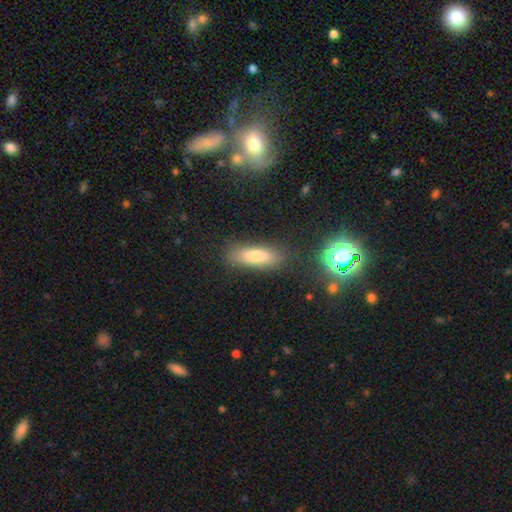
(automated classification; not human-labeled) Smooth or featured: smooth — 72% (featured or disk — 15%)
How rounded: in between — 50% (cigar-shaped — 46%)
Merging: none — 83% (minor disturbance — 11%)